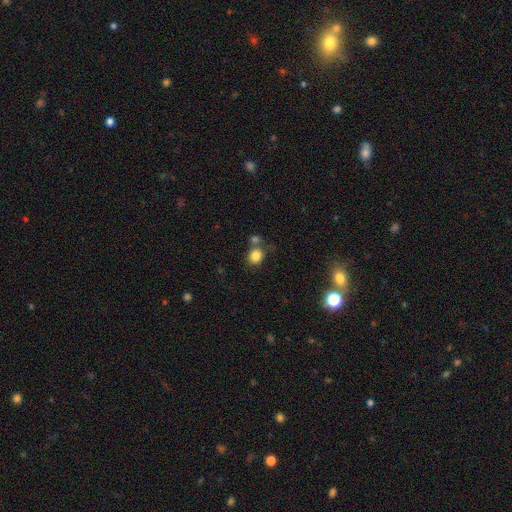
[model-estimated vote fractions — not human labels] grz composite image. It shows a smooth galaxy with no disk features (83%) that is round (74%). Merging: none (58%).